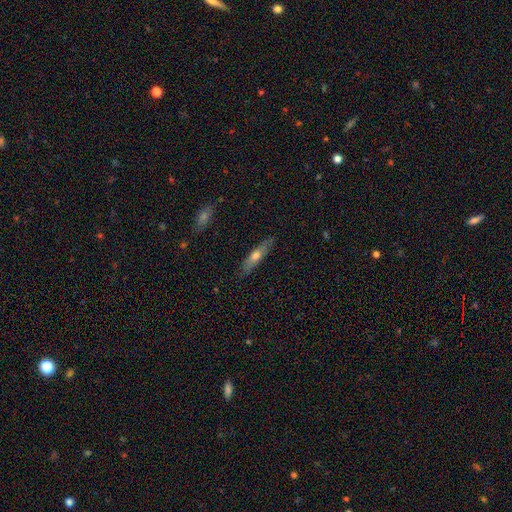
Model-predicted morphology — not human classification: smooth_or_featured: smooth (p=0.51) [alt: featured or disk p=0.43]
how_rounded: cigar-shaped (p=0.77) [alt: in between p=0.21]
merging: none (p=0.85) [alt: minor disturbance p=0.12]